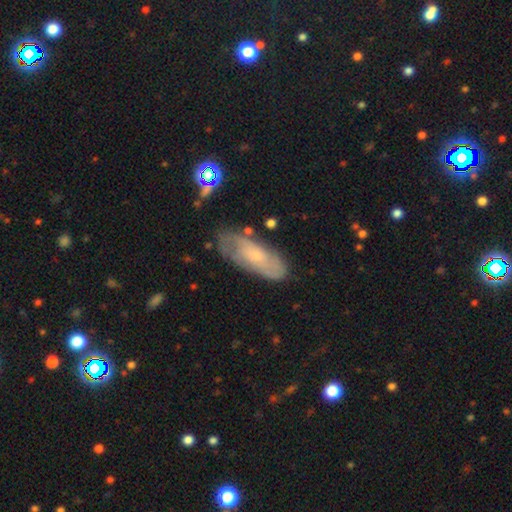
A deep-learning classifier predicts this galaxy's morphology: A featured or disk galaxy (55%). Merging: none (69%).